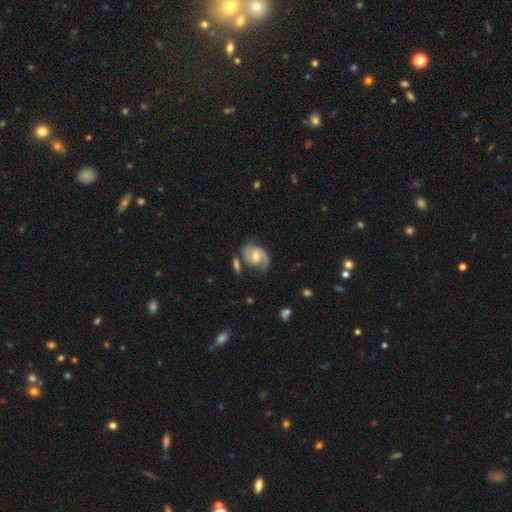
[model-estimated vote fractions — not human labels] The model was most divided on "bar": weak: 46%, no: 40%, strong: 14%. More confident: edge-on disk — no (98%); spiral arms — yes (97%); spiral arm count — 2 (89%); smooth or featured — featured or disk (88%); merging — none (72%); bulge size — moderate (58%); spiral winding — medium (52%).